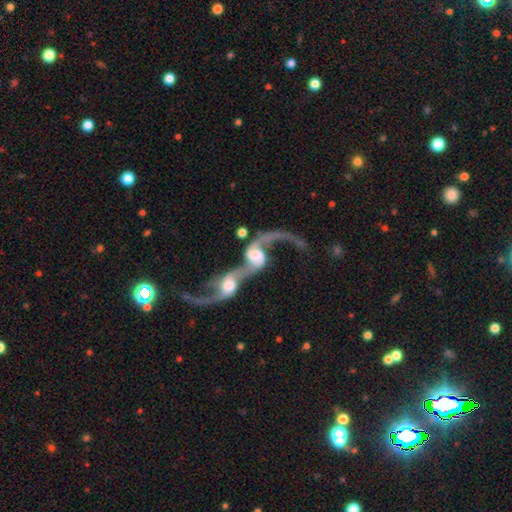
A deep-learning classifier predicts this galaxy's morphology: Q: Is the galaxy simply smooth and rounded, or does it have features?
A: featured or disk — 80%.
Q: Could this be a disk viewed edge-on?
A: no — 94%.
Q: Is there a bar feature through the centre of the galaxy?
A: no — 44%.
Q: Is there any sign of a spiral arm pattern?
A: yes — 89%.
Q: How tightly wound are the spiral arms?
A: loose — 87%.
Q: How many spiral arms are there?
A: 2 — 78%.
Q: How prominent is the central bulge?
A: moderate — 38%.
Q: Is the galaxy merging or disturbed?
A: merger — 80%.